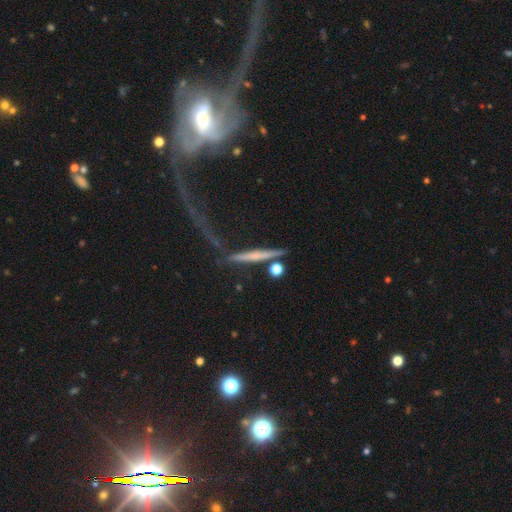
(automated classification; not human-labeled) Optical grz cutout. It shows a featured or disk galaxy (53%) viewed edge-on (92%). Merging: none (63%).